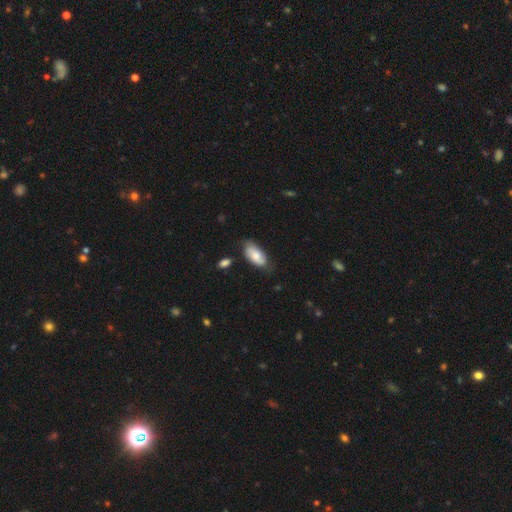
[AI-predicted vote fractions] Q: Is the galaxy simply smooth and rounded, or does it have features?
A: smooth — 65%.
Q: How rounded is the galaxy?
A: in between — 91%.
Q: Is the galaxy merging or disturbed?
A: none — 66%.